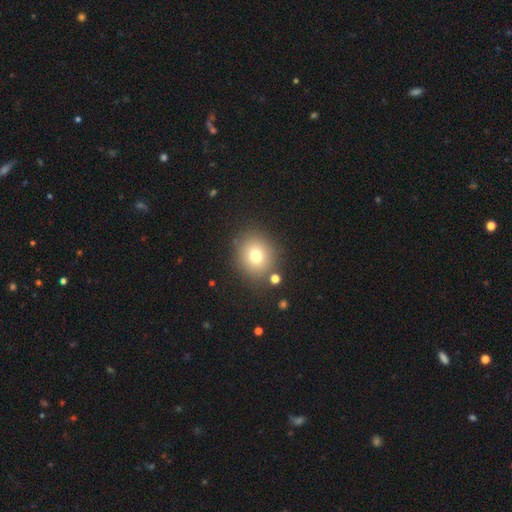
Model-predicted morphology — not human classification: A smooth galaxy with no disk features (74%) that is round (78%). Merging: none (84%).